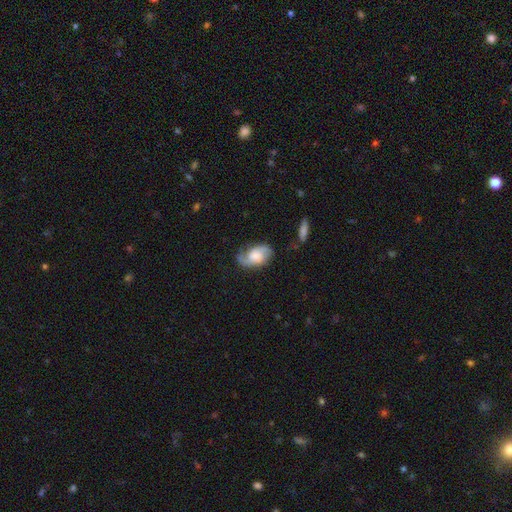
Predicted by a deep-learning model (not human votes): This is likely a featured or disk galaxy (69%). It is clearly not viewed edge-on (96%). Bar: likely no (60%). Spiral arm pattern: clearly yes (92%). Spiral arm count: clearly 2 (86%). Spiral winding: possibly medium (46%). Central bulge: marginally large (35%). Merging: likely none (67%).